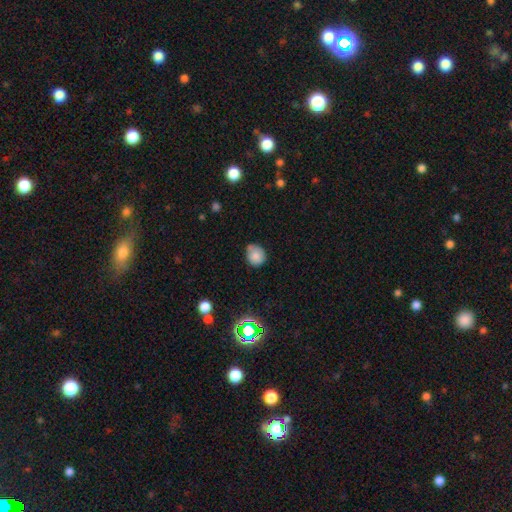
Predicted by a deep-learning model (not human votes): Morphology: type=smooth (81%); roundness=round (71%); merging=none (66%).